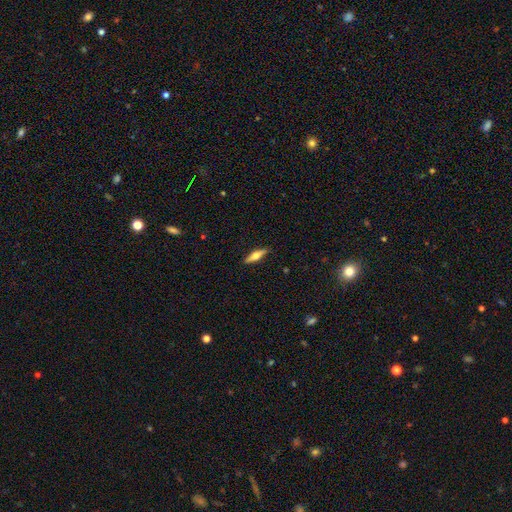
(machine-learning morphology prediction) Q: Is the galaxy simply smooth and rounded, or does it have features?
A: featured or disk — 50%.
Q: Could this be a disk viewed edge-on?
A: yes — 94%.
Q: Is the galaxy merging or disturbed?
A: none — 87%.